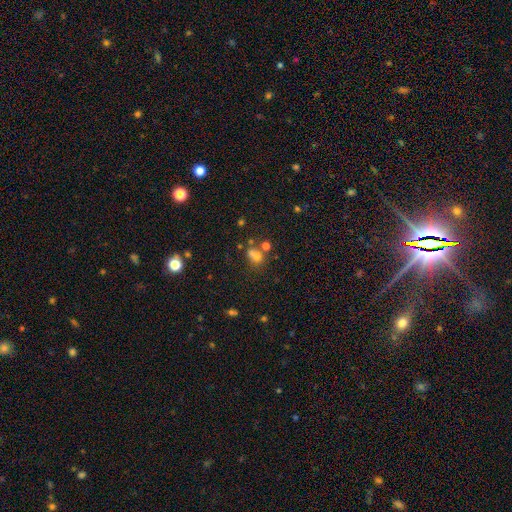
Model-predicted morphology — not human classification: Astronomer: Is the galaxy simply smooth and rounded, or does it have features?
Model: smooth — 64%.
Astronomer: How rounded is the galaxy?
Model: in between — 49%, tied with round at 49%.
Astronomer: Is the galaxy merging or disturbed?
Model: none — 39% (runner-up: merger, 37%).